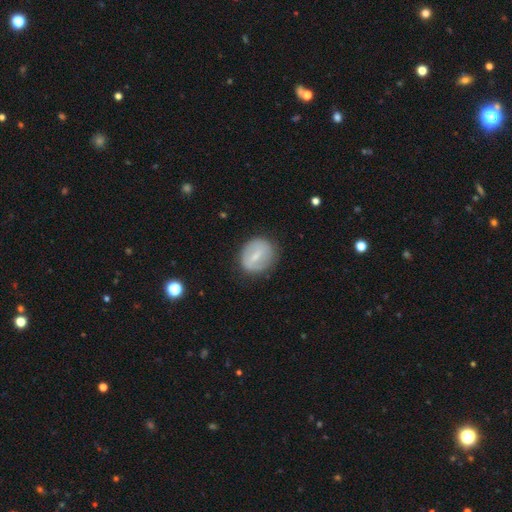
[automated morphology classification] type=featured or disk (49%); merging=none (78%).